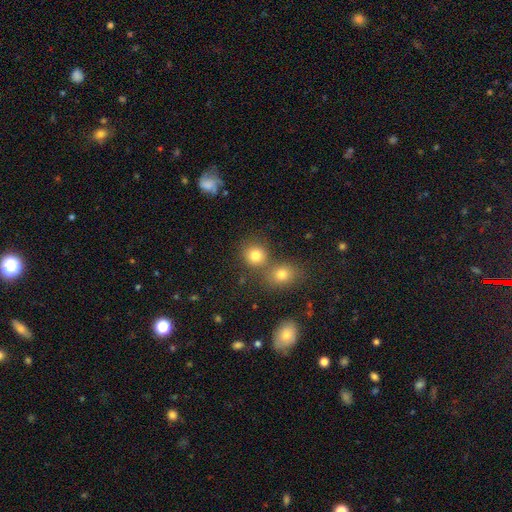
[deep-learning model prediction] smooth_or_featured: smooth (p=0.80) [alt: star or artifact p=0.13]
how_rounded: round (p=0.85) [alt: in between p=0.14]
merging: none (p=0.65) [alt: merger p=0.24]